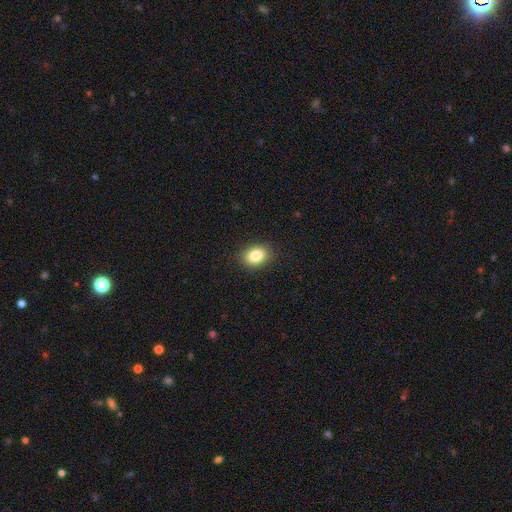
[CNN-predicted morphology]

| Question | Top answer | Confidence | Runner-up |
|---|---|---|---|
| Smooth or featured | smooth | 84% | star or artifact (9%) |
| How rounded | in between | 63% | round (36%) |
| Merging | none | 88% | minor disturbance (9%) |